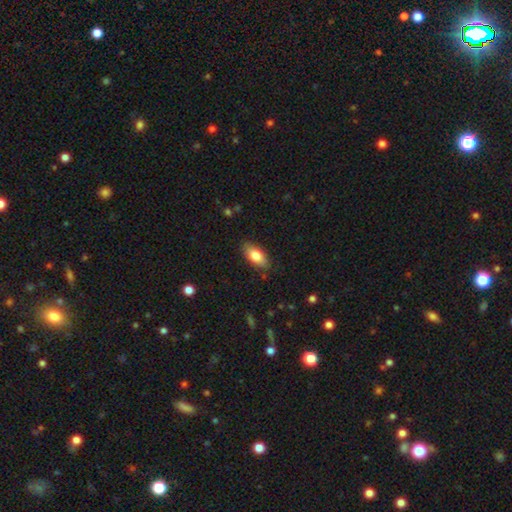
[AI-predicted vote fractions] Smooth or featured?
  - smooth: 78% *
  - featured or disk: 15%
  - star or artifact: 7%
How rounded?
  - in between: 87% *
  - cigar-shaped: 9%
  - round: 3%
Merging?
  - none: 85% *
  - minor disturbance: 12%
  - major disturbance: 2%
  - merger: 1%